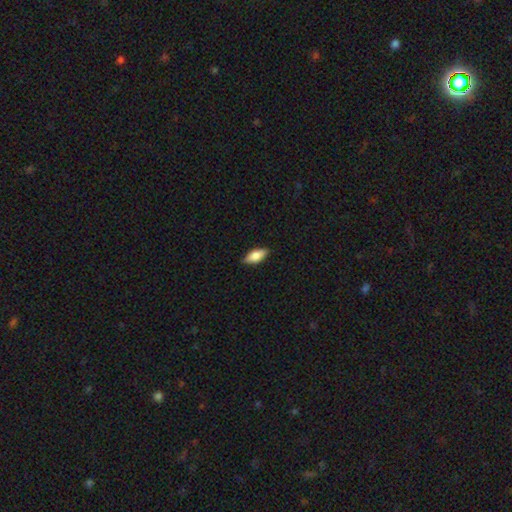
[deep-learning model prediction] Overall: smooth (75%). How rounded: in between (80%). Merging: none (87%).